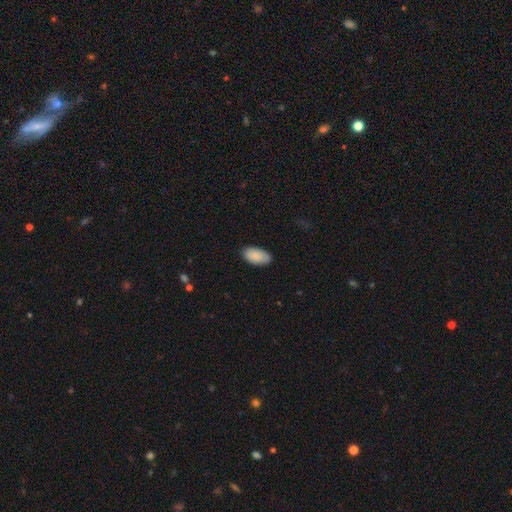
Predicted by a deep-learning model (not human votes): smooth 89%, star or artifact 6%, featured or disk 5%. Down the decision tree: how rounded — in between (95%); merging — none (84%).